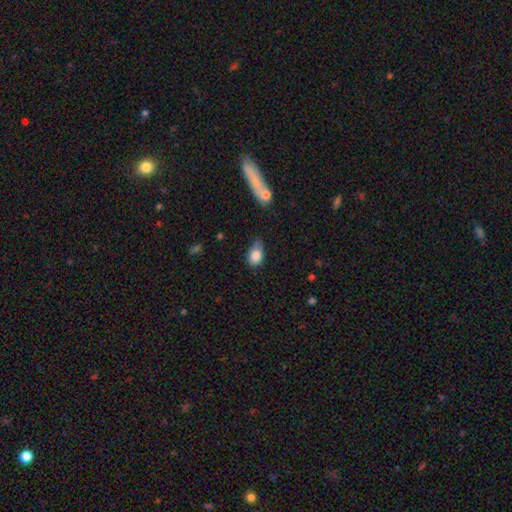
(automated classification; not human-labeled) Smooth or featured? Predicted: smooth (p=0.83). How rounded? Predicted: in between (p=0.79). Merging? Predicted: minor disturbance (p=0.45).